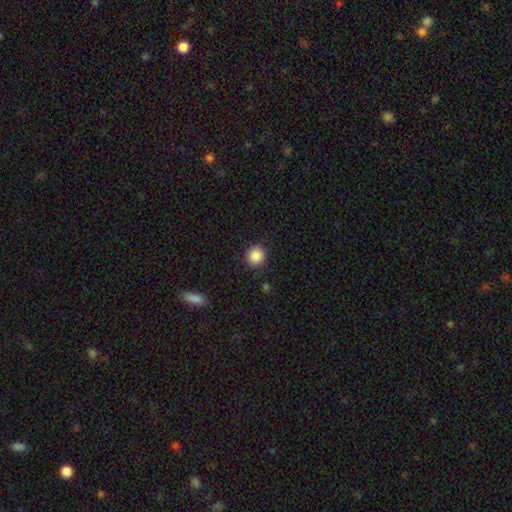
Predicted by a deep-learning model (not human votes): Q: Smooth or featured?
A: smooth (88%); runner-up: star or artifact (9%)
Q: How rounded?
A: round (89%); runner-up: in between (10%)
Q: Merging?
A: none (90%); runner-up: minor disturbance (7%)